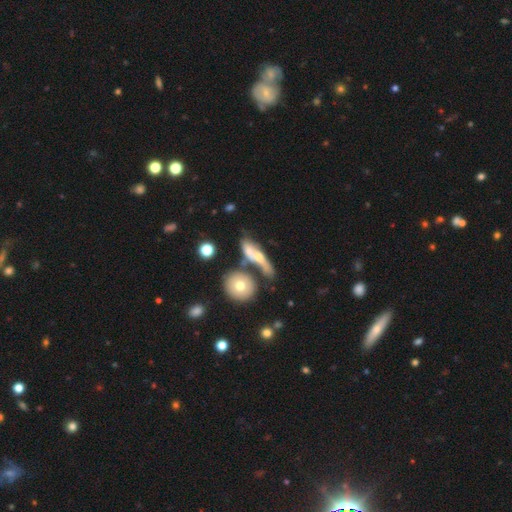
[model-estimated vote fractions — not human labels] smooth_or_featured: featured or disk (p=0.49) [alt: smooth p=0.42]
merging: merger (p=0.39) [alt: none p=0.32]